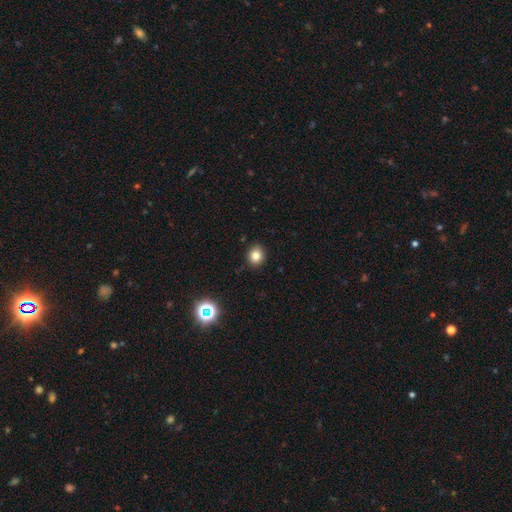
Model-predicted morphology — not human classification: A smooth galaxy with no disk features (80%) that is round (77%).

Vote fractions:
- Smooth or featured? smooth: 80% / star or artifact: 13% / featured or disk: 6%
- How rounded? round: 77% / in between: 22% / cigar-shaped: 1%
- Merging? none: 89% / minor disturbance: 8% / major disturbance: 2% / merger: 1%